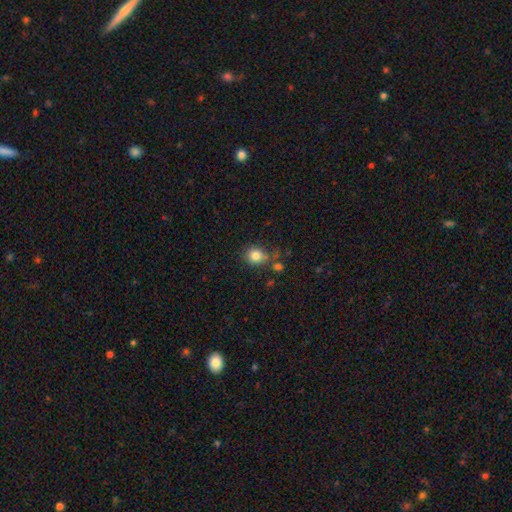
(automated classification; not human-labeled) Morphology: type=smooth (82%); roundness=round (80%); merging=none (67%).